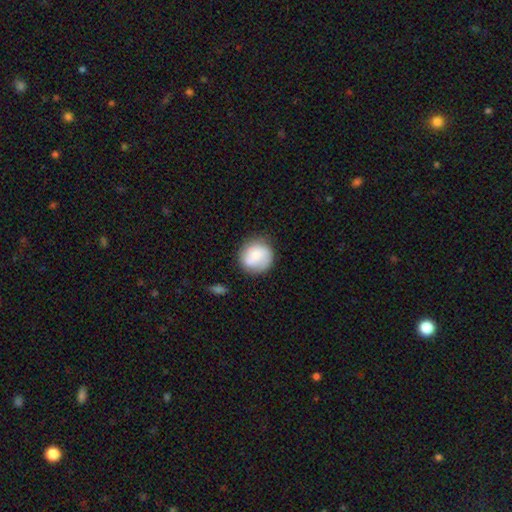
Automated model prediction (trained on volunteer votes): smooth 65%, featured or disk 28%, star or artifact 7%. Down the decision tree: how rounded — round (89%); merging — none (77%).